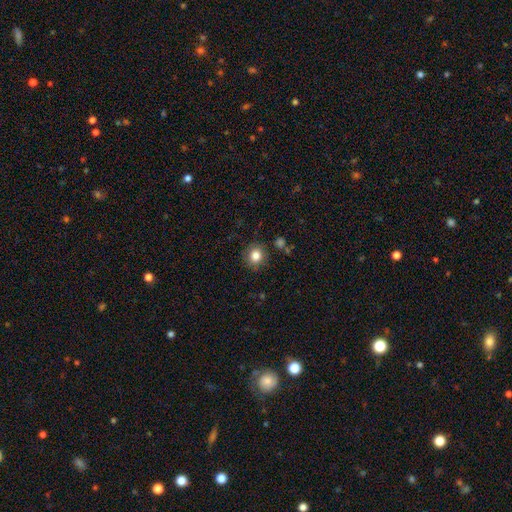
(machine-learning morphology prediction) Smooth or featured? smooth (83%)
How rounded? round (83%)
Merging? none (85%)